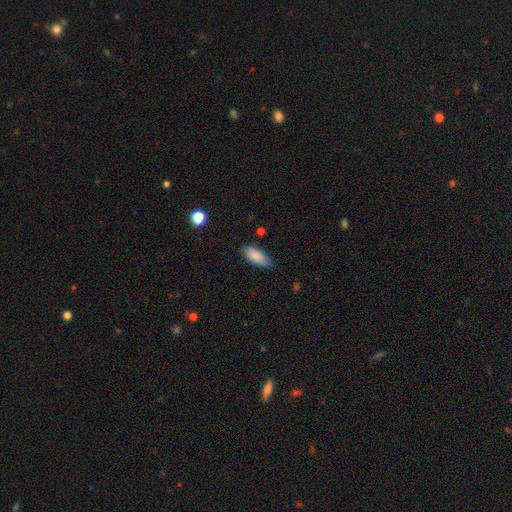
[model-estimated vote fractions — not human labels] This appears to be a smooth galaxy with no disk features (87%) that is in between round and cigar-shaped (84%). Merging: none (69%).